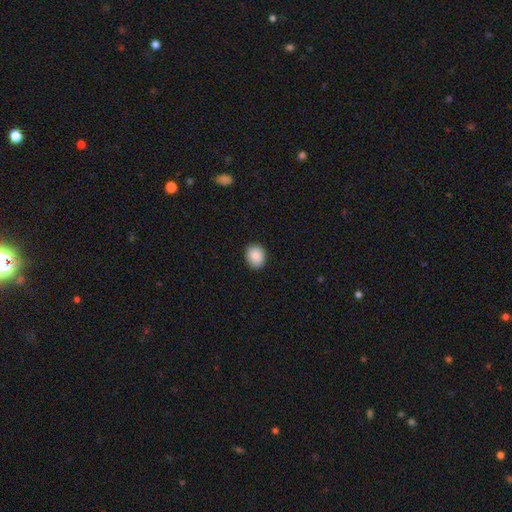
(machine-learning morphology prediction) smooth-or-featured: smooth: 89% | star or artifact: 7% | featured or disk: 3%
  how-rounded: round: 59% | in between: 40% | cigar-shaped: 1%
  merging: none: 90% | minor disturbance: 7% | major disturbance: 2% | merger: 1%